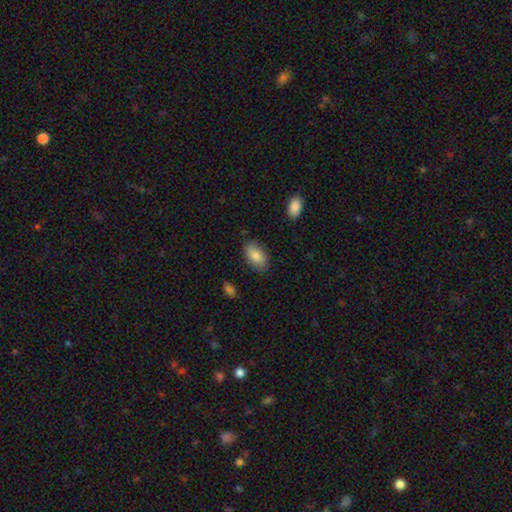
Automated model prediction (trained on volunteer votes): Smooth or featured? smooth (83%)
How rounded? in between (93%)
Merging? none (81%)